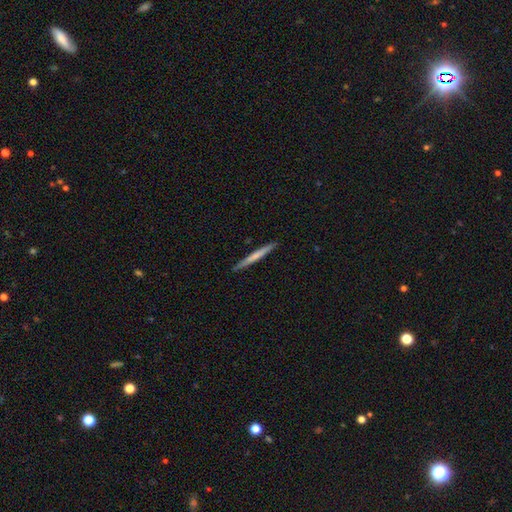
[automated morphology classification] The model was most divided on "smooth or featured": smooth: 60%, featured or disk: 35%, star or artifact: 5%. More confident: how rounded — cigar-shaped (97%); merging — none (91%).